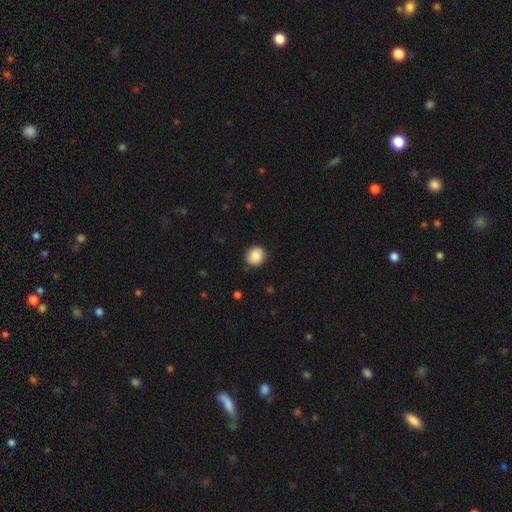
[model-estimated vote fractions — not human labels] smooth-or-featured: smooth: 88% | star or artifact: 8% | featured or disk: 4%
  how-rounded: round: 81% | in between: 18% | cigar-shaped: 1%
  merging: none: 84% | minor disturbance: 12% | major disturbance: 3% | merger: 1%